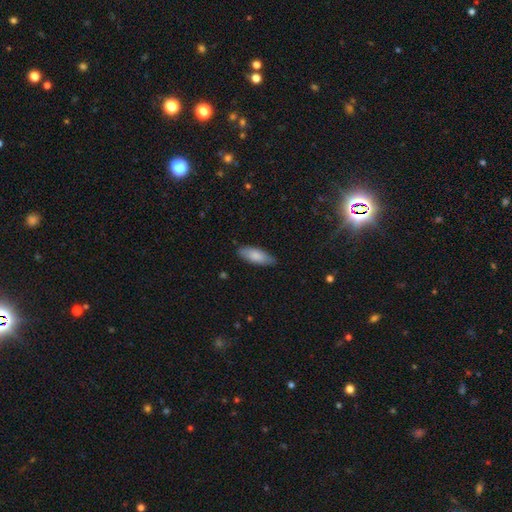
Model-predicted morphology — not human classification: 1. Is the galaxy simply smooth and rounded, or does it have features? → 83% smooth, 11% featured or disk, 5% star or artifact.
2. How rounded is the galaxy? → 72% in between, 26% cigar-shaped, 2% round.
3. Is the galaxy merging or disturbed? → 84% none, 13% minor disturbance, 2% major disturbance, 1% merger.